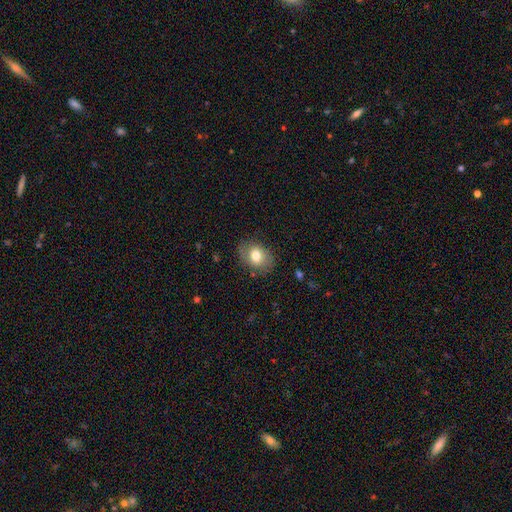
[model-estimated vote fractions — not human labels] Overall: smooth (76%). How rounded: in between (64%; round 35%). Merging: none (80%).